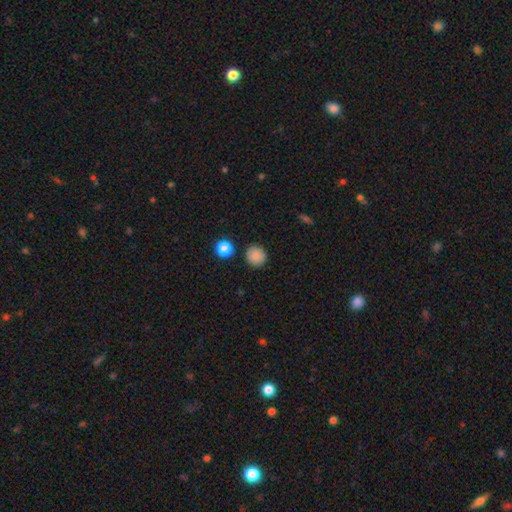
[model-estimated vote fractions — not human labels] A smooth galaxy with no disk features (86%) that is round (92%).

Vote fractions:
- Smooth or featured? smooth: 86% / star or artifact: 10% / featured or disk: 4%
- How rounded? round: 92% / in between: 7% / cigar-shaped: 1%
- Merging? none: 89% / minor disturbance: 7% / major disturbance: 2% / merger: 2%